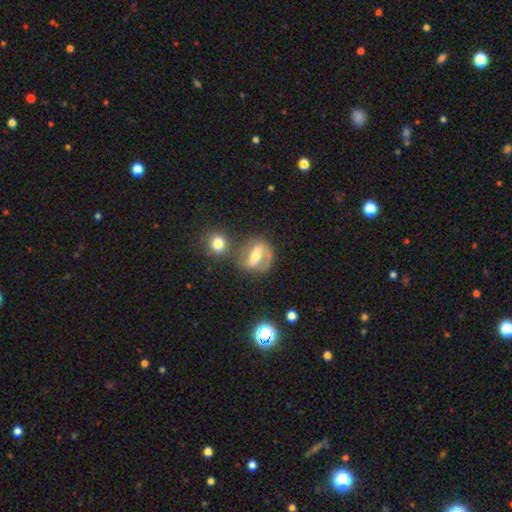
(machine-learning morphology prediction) A featured or disk galaxy (66%) with a strong bar (59%), spiral arms (74%) and a moderate central bulge (63%).

Vote fractions:
- Smooth or featured? featured or disk: 66% / smooth: 25% / star or artifact: 9%
- Edge-on disk? no: 93% / yes: 7%
- Bar? strong: 59% / weak: 28% / no: 13%
- Spiral arms? yes: 74% / no: 26%
- Bulge size? moderate: 63% / small: 28% / large: 6% / none: 2% / dominant: 1%
- Merging? none: 65% / minor disturbance: 15% / merger: 13% / major disturbance: 7%